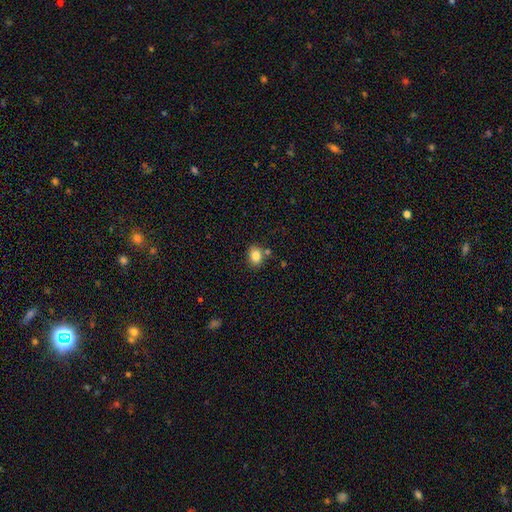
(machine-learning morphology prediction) This is clearly a smooth galaxy (83%). How rounded: possibly in between (51%). Merging: likely none (74%).